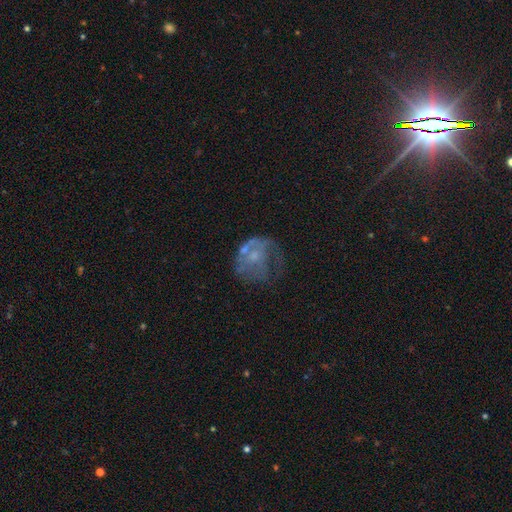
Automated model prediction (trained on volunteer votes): This is possibly a featured or disk galaxy (58%). It is clearly not viewed edge-on (98%). Bar: clearly no (83%). Spiral arm pattern: likely no (65%). Central bulge: marginally small (44%). Merging: marginally major disturbance (38%).